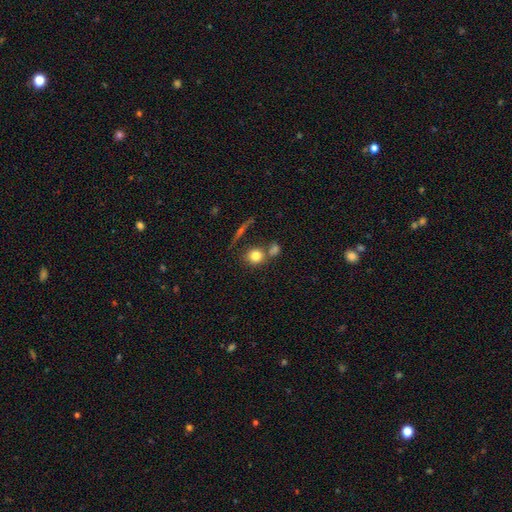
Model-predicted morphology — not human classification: Q: Smooth or featured?
A: smooth (79%); runner-up: featured or disk (11%)
Q: How rounded?
A: round (84%); runner-up: in between (15%)
Q: Merging?
A: none (59%); runner-up: merger (26%)